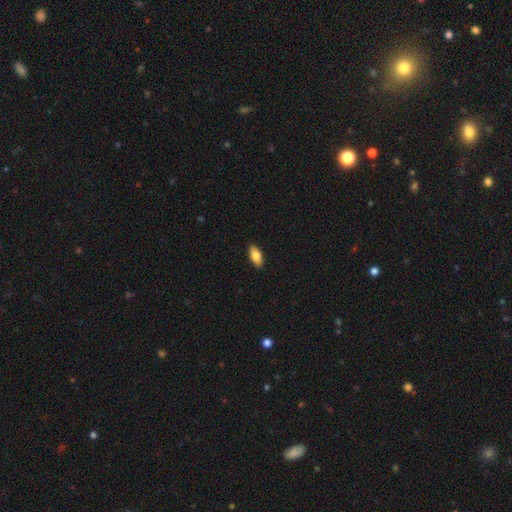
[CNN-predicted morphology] Smooth or featured?
  - smooth: 81% *
  - featured or disk: 13%
  - star or artifact: 6%
How rounded?
  - in between: 87% *
  - cigar-shaped: 11%
  - round: 2%
Merging?
  - none: 90% *
  - minor disturbance: 8%
  - major disturbance: 2%
  - merger: 1%